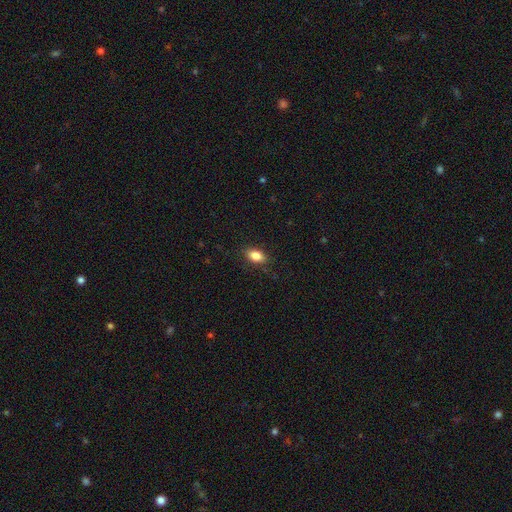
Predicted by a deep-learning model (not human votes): A smooth galaxy with no disk features (85%) that is in between round and cigar-shaped (88%).

Vote fractions:
- Smooth or featured? smooth: 85% / star or artifact: 8% / featured or disk: 7%
- How rounded? in between: 88% / round: 9% / cigar-shaped: 3%
- Merging? none: 87% / minor disturbance: 10% / major disturbance: 2% / merger: 1%